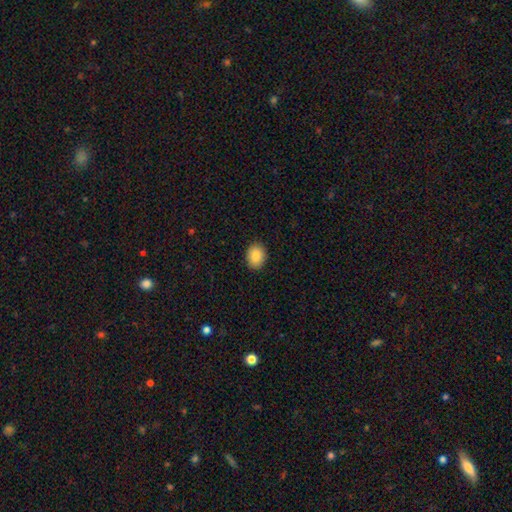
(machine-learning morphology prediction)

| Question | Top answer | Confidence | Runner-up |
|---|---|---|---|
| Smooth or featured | smooth | 86% | star or artifact (8%) |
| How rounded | in between | 62% | round (37%) |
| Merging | none | 90% | minor disturbance (7%) |